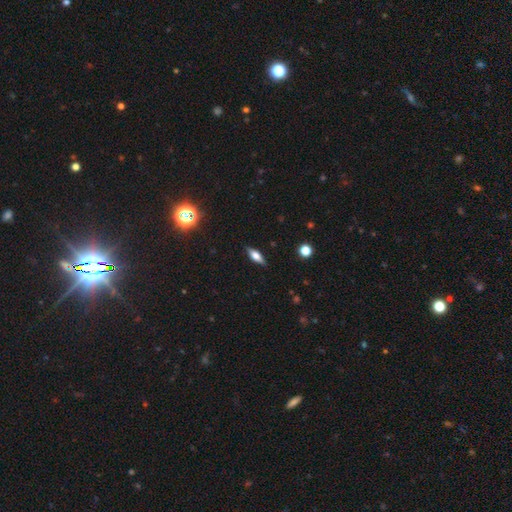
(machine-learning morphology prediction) Q: Smooth or featured?
A: smooth (46%); runner-up: featured or disk (44%)
Q: Merging?
A: none (87%); runner-up: minor disturbance (10%)